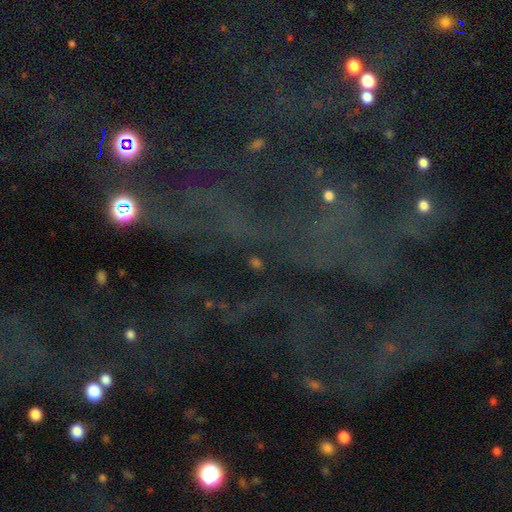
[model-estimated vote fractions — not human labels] The model was most divided on "smooth or featured": star or artifact: 73%, featured or disk: 14%, smooth: 13%.